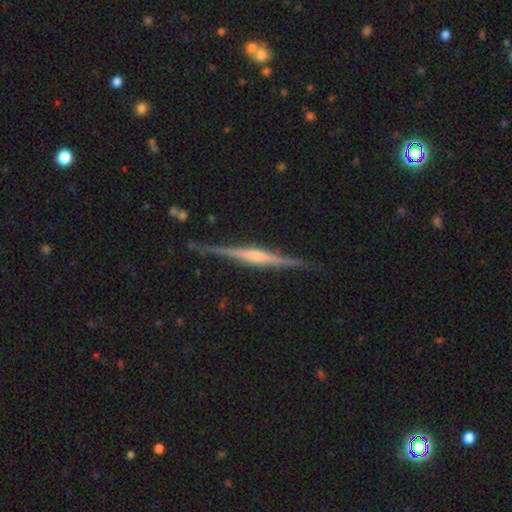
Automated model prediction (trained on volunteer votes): Q: Smooth or featured?
A: featured or disk (82%); runner-up: smooth (12%)
Q: Edge-on disk?
A: yes (98%); runner-up: no (2%)
Q: Edge-on bulge?
A: rounded (61%); runner-up: boxy (23%)
Q: Merging?
A: none (87%); runner-up: minor disturbance (9%)